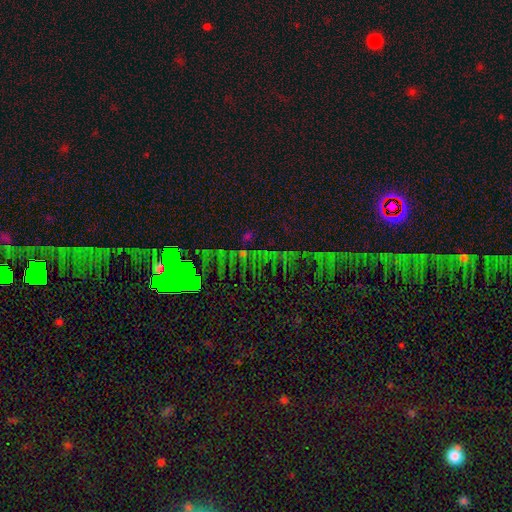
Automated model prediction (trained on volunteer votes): Overall: star or artifact (78%).